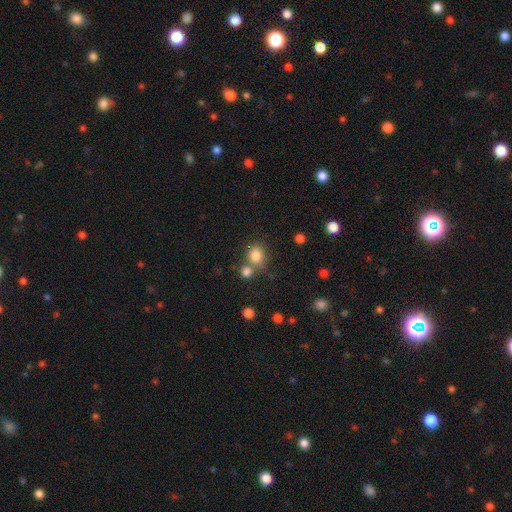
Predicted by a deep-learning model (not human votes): This is clearly a smooth galaxy (82%). How rounded: likely round (74%). Merging: possibly none (60%).